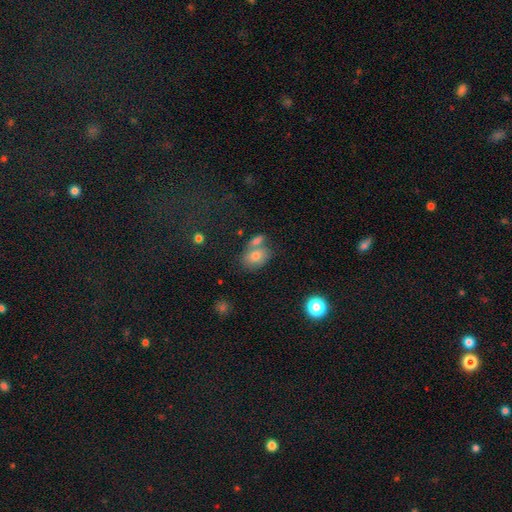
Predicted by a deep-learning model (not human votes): Smooth or featured? Predicted: smooth (p=0.75). How rounded? Predicted: in between (p=0.79). Merging? Predicted: none (p=0.48).